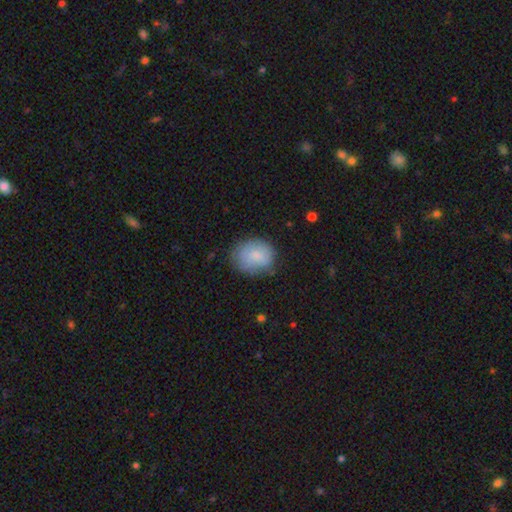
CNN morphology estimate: A smooth galaxy with no disk features (80%) that is round (57%).

Vote fractions:
- Smooth or featured? smooth: 80% / featured or disk: 13% / star or artifact: 7%
- How rounded? round: 57% / in between: 42% / cigar-shaped: 1%
- Merging? none: 69% / minor disturbance: 23% / major disturbance: 7% / merger: 2%